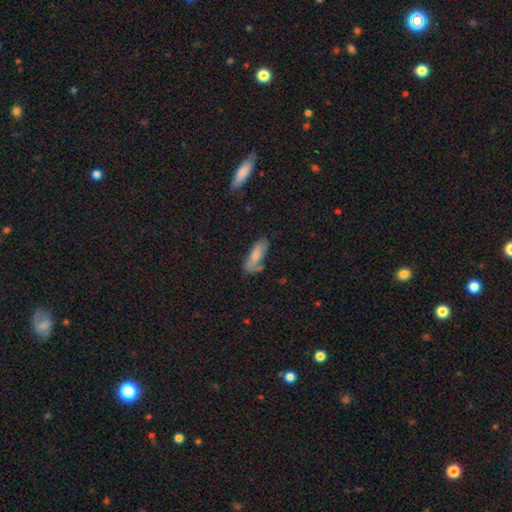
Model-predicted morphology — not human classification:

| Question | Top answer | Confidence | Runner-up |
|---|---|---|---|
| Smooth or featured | smooth | 76% | featured or disk (16%) |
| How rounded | in between | 67% | cigar-shaped (31%) |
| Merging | none | 57% | minor disturbance (26%) |